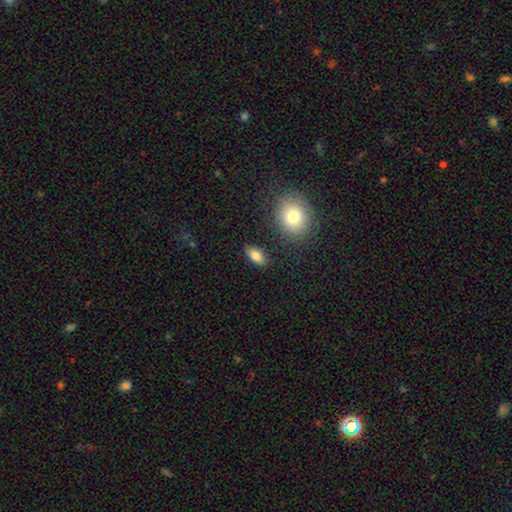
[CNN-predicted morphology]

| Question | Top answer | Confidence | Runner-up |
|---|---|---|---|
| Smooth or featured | smooth | 81% | featured or disk (10%) |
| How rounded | in between | 88% | cigar-shaped (6%) |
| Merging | none | 86% | minor disturbance (9%) |